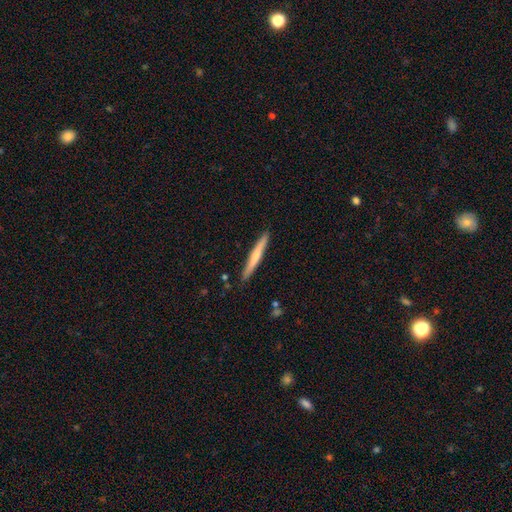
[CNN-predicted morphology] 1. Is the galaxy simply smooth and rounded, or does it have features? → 53% smooth, 41% featured or disk, 5% star or artifact.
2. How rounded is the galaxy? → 96% cigar-shaped, 3% in between, 1% round.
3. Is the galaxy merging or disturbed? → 89% none, 8% minor disturbance, 1% major disturbance, 1% merger.